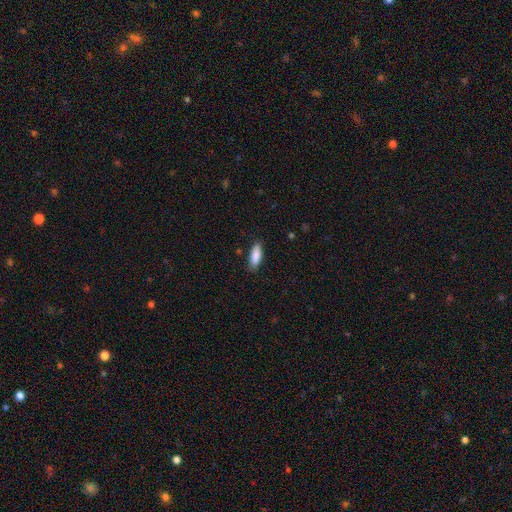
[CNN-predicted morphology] Smooth or featured? smooth (87%)
How rounded? in between (63%)
Merging? none (84%)